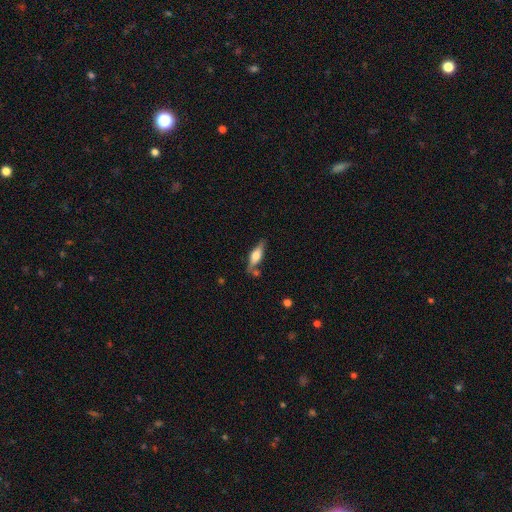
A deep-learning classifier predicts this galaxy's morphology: type=featured or disk (51%); edge-on=yes (91%); merging=none (68%).